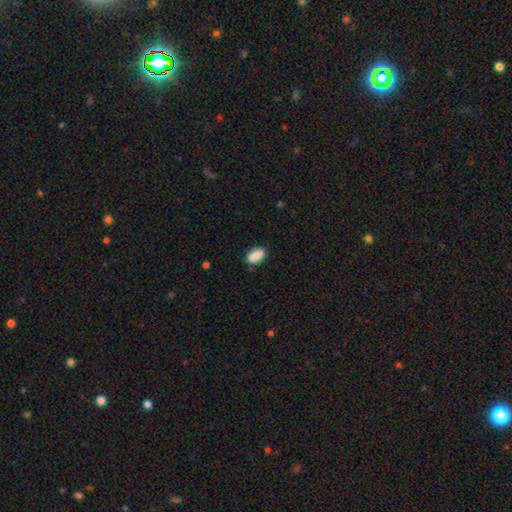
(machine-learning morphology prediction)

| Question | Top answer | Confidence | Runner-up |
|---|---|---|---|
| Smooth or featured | smooth | 88% | star or artifact (7%) |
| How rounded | in between | 90% | round (8%) |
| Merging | none | 78% | minor disturbance (17%) |